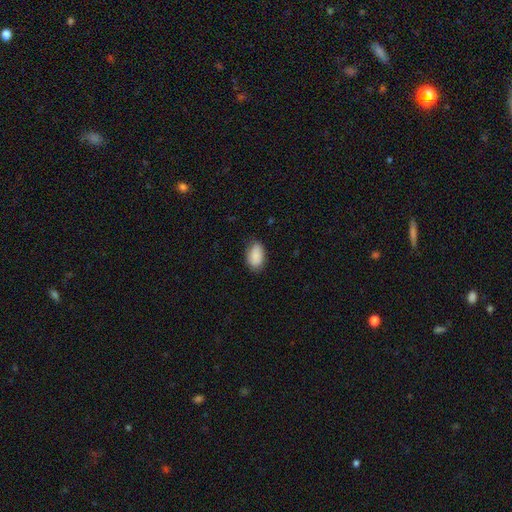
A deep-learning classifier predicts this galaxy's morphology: This appears to be a smooth galaxy with no disk features (89%) that is in between round and cigar-shaped (93%). Merging: none (79%).